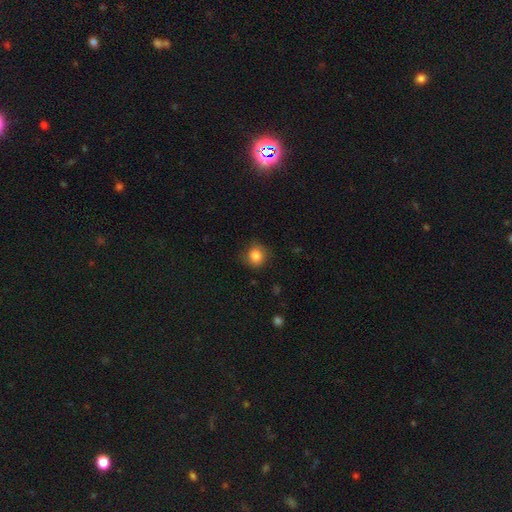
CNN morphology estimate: smooth 85%, star or artifact 10%, featured or disk 5%. Down the decision tree: how rounded — round (84%); merging — none (79%).